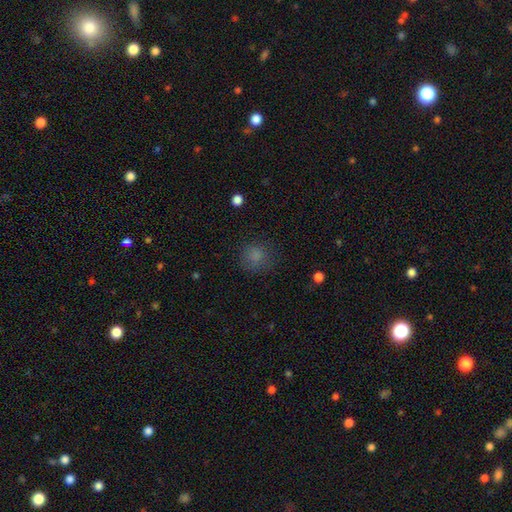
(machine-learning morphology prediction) A smooth galaxy with no disk features (79%) that is round (84%).

Vote fractions:
- Smooth or featured? smooth: 79% / star or artifact: 15% / featured or disk: 7%
- How rounded? round: 84% / in between: 15% / cigar-shaped: 1%
- Merging? none: 73% / minor disturbance: 17% / major disturbance: 9% / merger: 2%